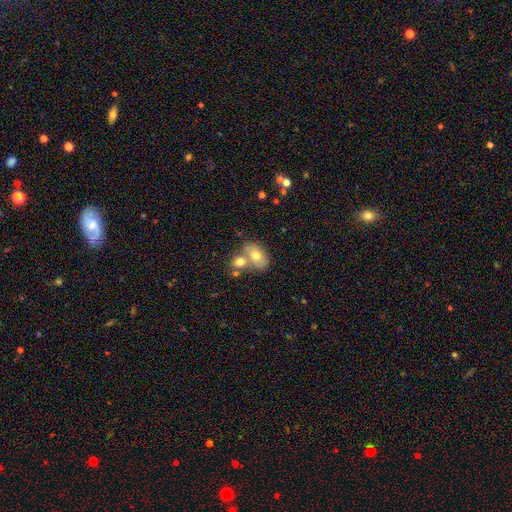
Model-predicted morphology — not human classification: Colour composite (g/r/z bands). It shows a smooth galaxy with no disk features (69%) that is in between round and cigar-shaped (74%). Merging: merger (48%).